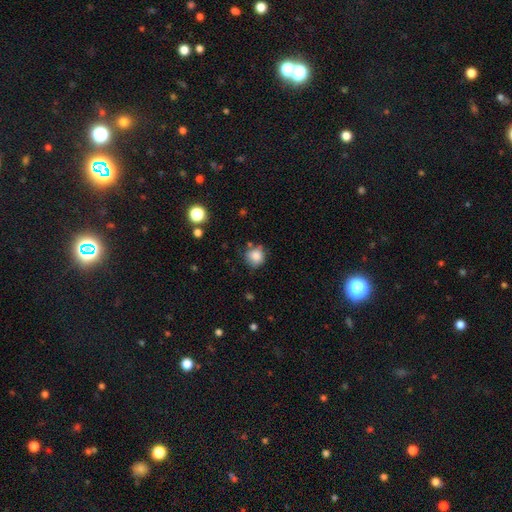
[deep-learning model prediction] Morphology: type=smooth (84%); roundness=round (86%); merging=none (68%).